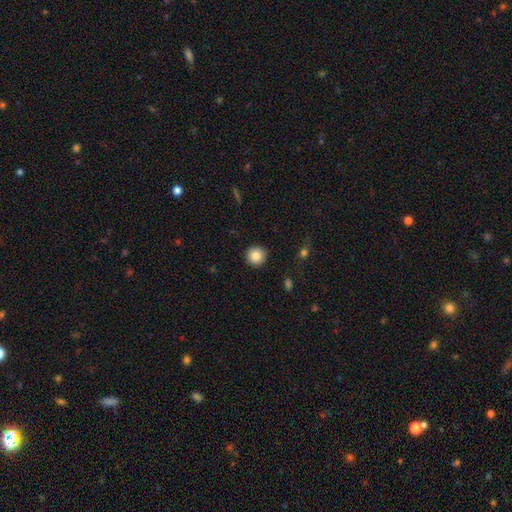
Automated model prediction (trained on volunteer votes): Smooth or featured? smooth (86%)
How rounded? round (95%)
Merging? none (91%)